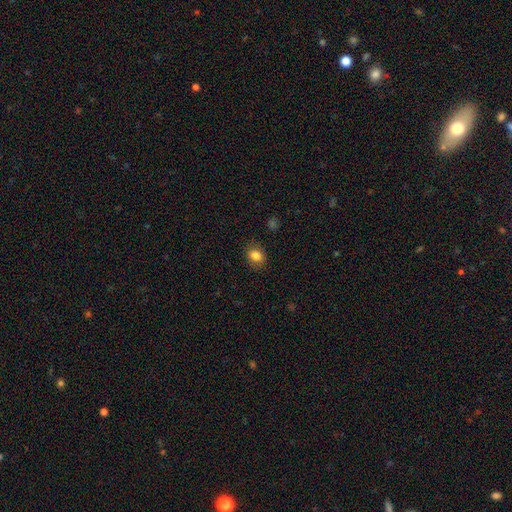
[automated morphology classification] Overall: smooth (84%). How rounded: in between (55%; round 44%). Merging: none (86%).